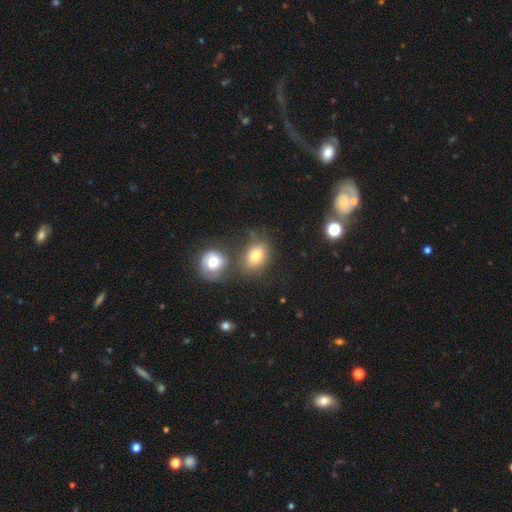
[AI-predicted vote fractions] smooth-or-featured: smooth: 76% | featured or disk: 13% | star or artifact: 11%
  how-rounded: in between: 59% | round: 40% | cigar-shaped: 1%
  merging: none: 57% | merger: 23% | minor disturbance: 14% | major disturbance: 6%